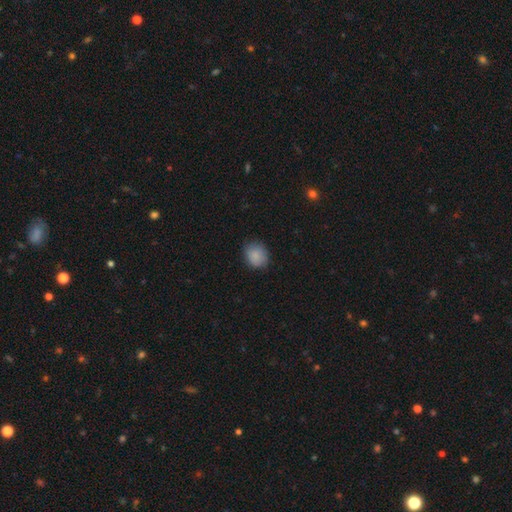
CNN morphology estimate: smooth 87%, star or artifact 8%, featured or disk 4%. Down the decision tree: how rounded — round (67%); merging — none (79%).